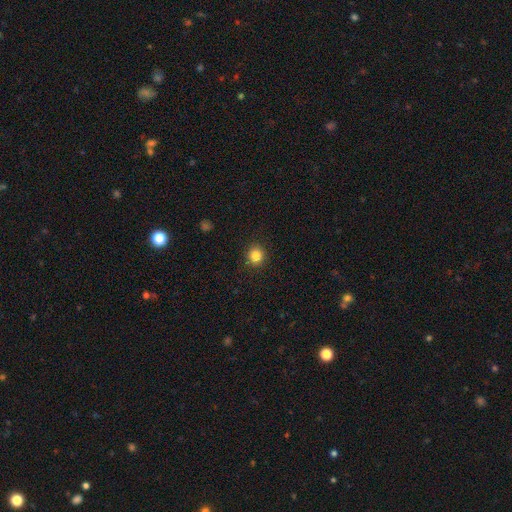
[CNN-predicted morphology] This is clearly a smooth galaxy (85%). How rounded: clearly round (91%). Merging: clearly none (91%).